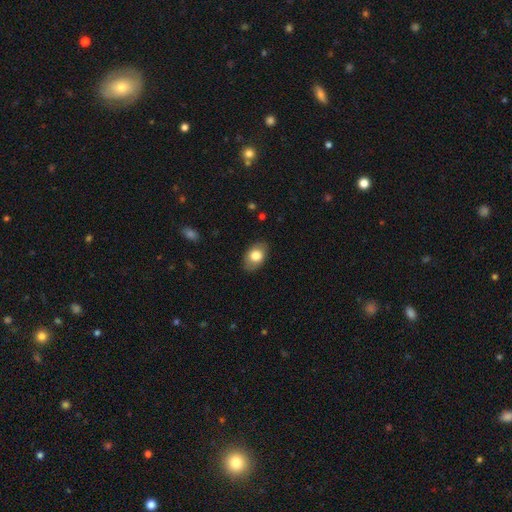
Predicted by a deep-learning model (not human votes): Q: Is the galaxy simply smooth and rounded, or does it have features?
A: smooth — 76%.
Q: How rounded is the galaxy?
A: in between — 86%.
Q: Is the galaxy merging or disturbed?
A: none — 84%.